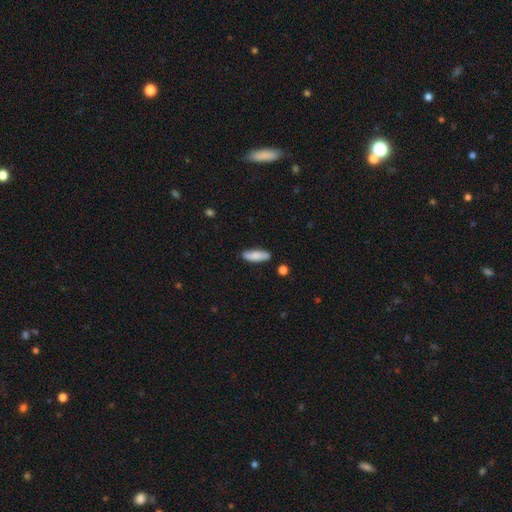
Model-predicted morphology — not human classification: smooth 82%, featured or disk 12%, star or artifact 6%. Down the decision tree: how rounded — in between (50%); merging — none (83%).